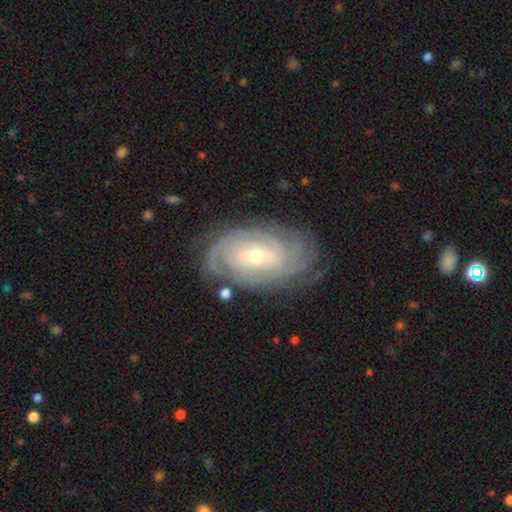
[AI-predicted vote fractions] A featured or disk galaxy (88%) with no bar (44%), tight (79%) spiral arms (97%) and a small central bulge (53%).

Vote fractions:
- Smooth or featured? featured or disk: 88% / smooth: 7% / star or artifact: 5%
- Edge-on disk? no: 96% / yes: 4%
- Bar? no: 44% / weak: 40% / strong: 16%
- Spiral arms? yes: 97% / no: 3%
- Spiral winding? tight: 79% / medium: 17% / loose: 4%
- Spiral arm count? can't tell: 34% / 4: 20% / 3: 17% / 2: 14% / more than 4: 10% / 1: 6%
- Bulge size? small: 53% / moderate: 44% / large: 2% / none: 1% / dominant: 1%
- Merging? none: 76% / minor disturbance: 17% / major disturbance: 6% / merger: 2%